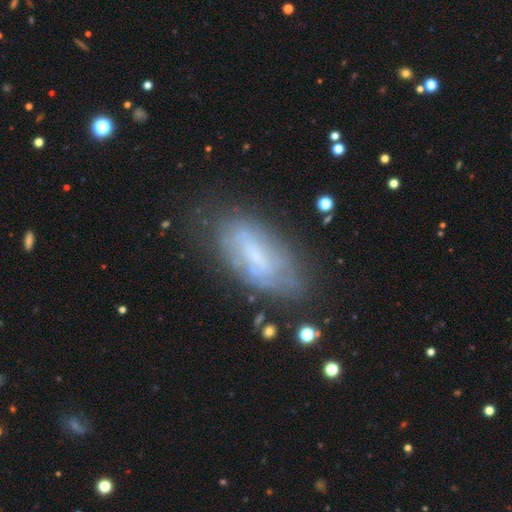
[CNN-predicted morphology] Overall: featured or disk (51%; smooth 40%). Edge-on disk: no (84%). Merging: none (63%).